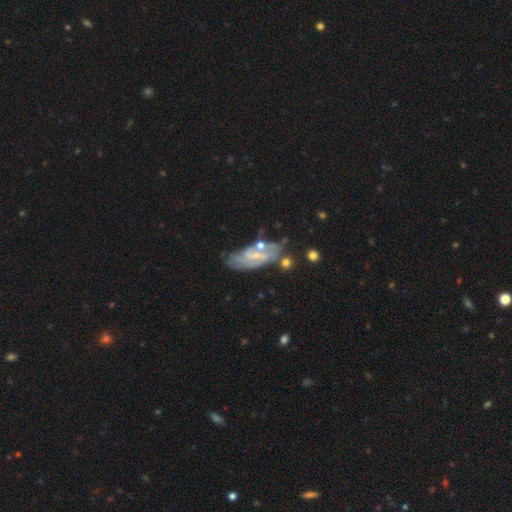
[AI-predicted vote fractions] Overall: featured or disk (65%; smooth 26%). Edge-on disk: no (84%). Bar: weak (43%; no 31%). Spiral arms: yes (67%; no 33%). Bulge size: small (53%; moderate 25%). Merging: none (53%; minor disturbance 23%).